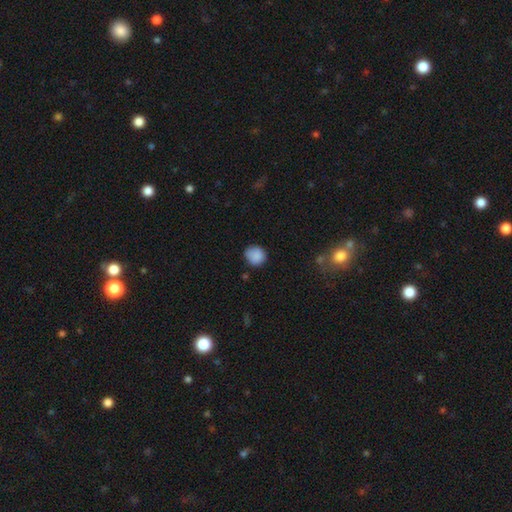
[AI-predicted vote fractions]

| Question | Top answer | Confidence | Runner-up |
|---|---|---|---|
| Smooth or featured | smooth | 87% | star or artifact (9%) |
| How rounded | round | 86% | in between (13%) |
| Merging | none | 77% | minor disturbance (18%) |